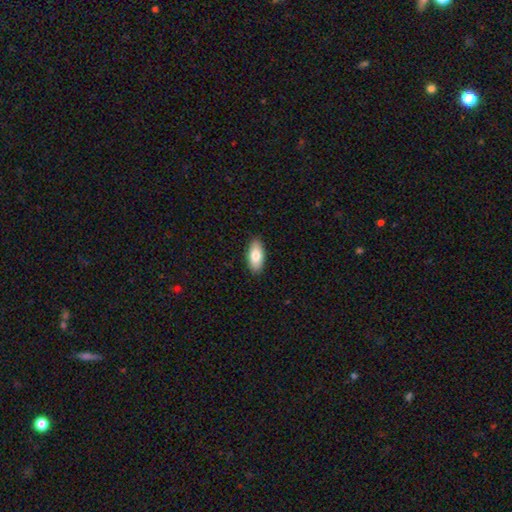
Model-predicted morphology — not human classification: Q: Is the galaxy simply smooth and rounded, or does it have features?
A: smooth — 79%.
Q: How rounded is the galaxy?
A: in between — 89%.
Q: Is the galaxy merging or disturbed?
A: none — 89%.